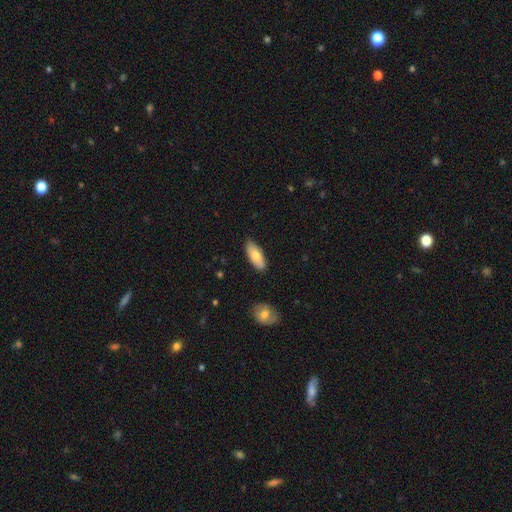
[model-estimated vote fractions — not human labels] Overall: smooth (73%). How rounded: in between (78%). Merging: none (86%).